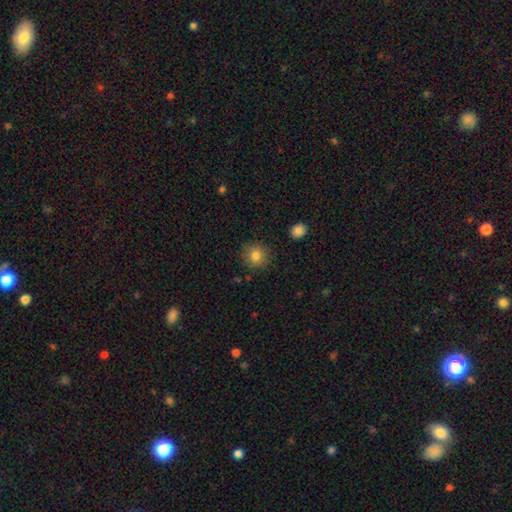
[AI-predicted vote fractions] Smooth or featured? smooth (83%)
How rounded? round (91%)
Merging? none (88%)